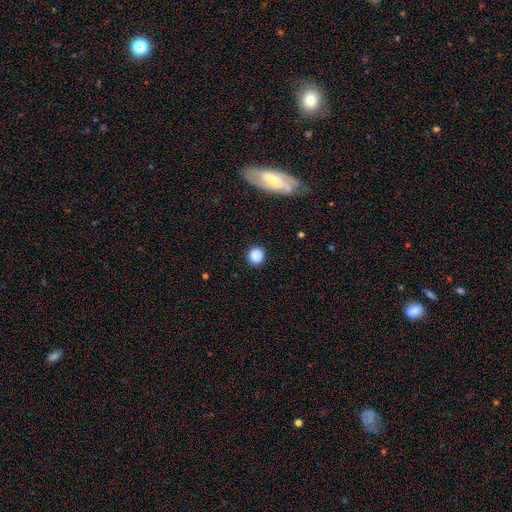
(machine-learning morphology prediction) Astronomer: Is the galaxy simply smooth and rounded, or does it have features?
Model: smooth — 85%.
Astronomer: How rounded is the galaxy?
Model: round — 86%.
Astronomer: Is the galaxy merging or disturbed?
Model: none — 86%.